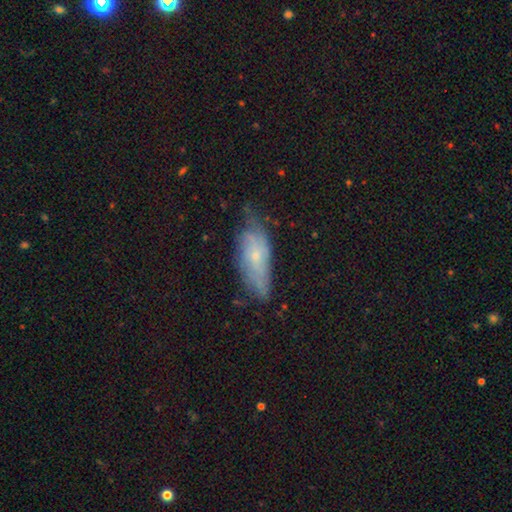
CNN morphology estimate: featured or disk 52%, smooth 40%, star or artifact 8%. Down the decision tree: edge-on disk — no (79%); merging — none (56%).